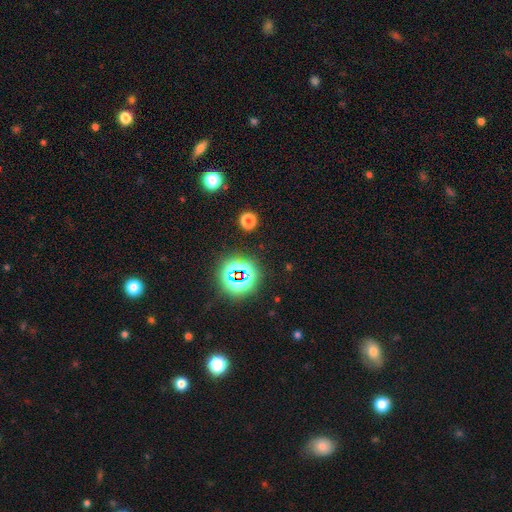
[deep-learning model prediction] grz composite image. It shows a star or artifact, not a galaxy (73%).